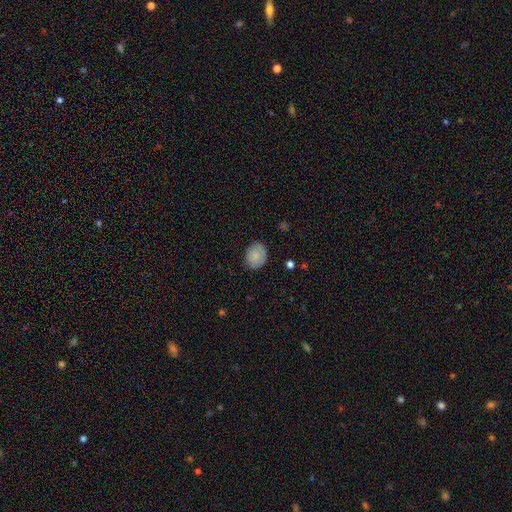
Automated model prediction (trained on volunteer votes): A smooth galaxy with no disk features (86%) that is round (56%). Merging: none (84%).